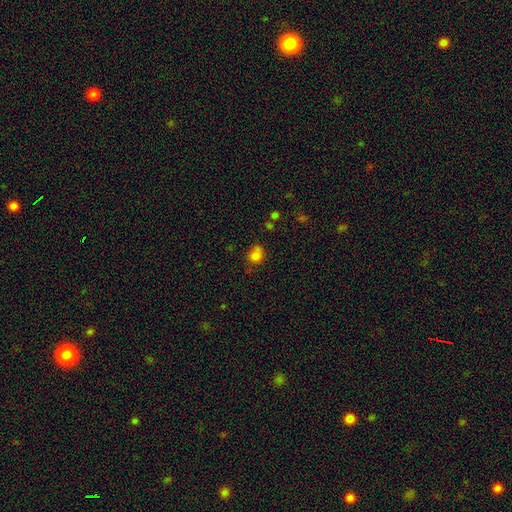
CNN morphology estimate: This is likely a smooth galaxy (80%). How rounded: likely round (65%). Merging: possibly none (56%).